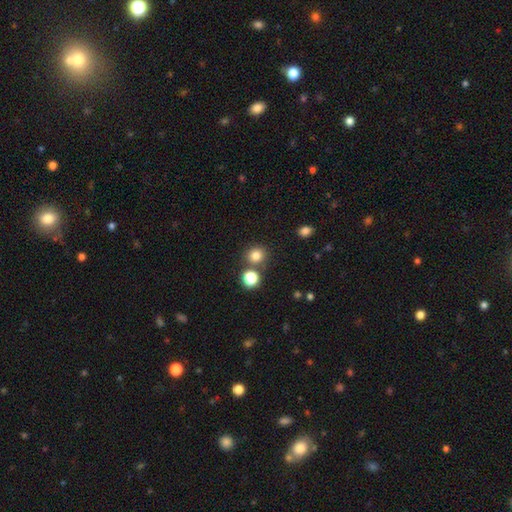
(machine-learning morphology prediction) Smooth or featured: smooth — 80% (star or artifact — 14%)
How rounded: round — 85% (in between — 14%)
Merging: none — 75% (merger — 13%)